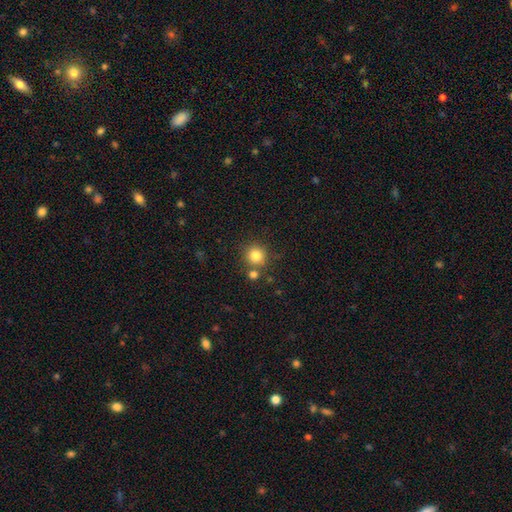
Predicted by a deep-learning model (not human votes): Q: Smooth or featured?
A: smooth (81%); runner-up: star or artifact (12%)
Q: How rounded?
A: round (91%); runner-up: in between (8%)
Q: Merging?
A: none (74%); runner-up: merger (14%)